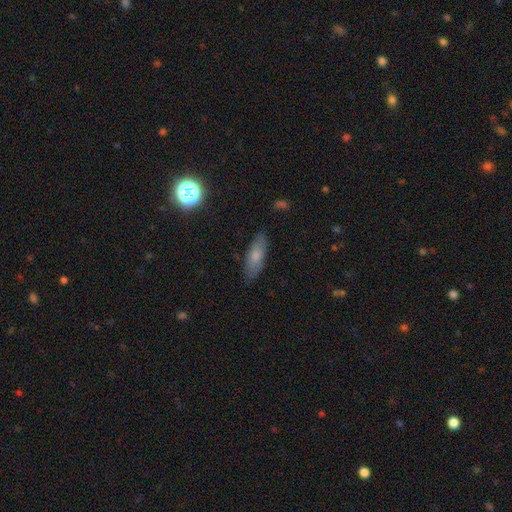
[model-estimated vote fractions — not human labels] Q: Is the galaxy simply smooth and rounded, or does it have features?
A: smooth — 70%.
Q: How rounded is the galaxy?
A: in between — 62%.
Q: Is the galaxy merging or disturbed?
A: none — 82%.